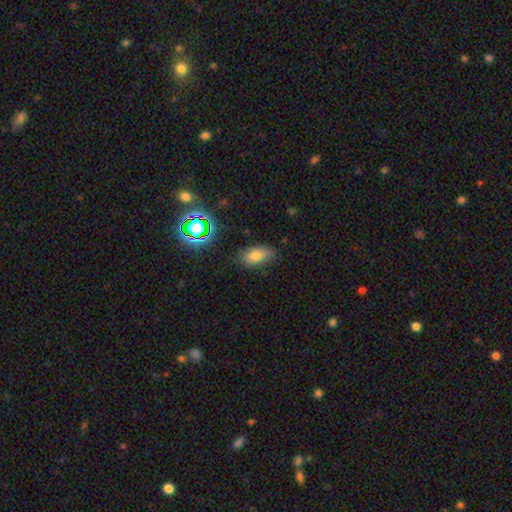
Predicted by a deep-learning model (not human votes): Smooth or featured: smooth — 73% (star or artifact — 16%)
How rounded: in between — 88% (round — 7%)
Merging: none — 78% (minor disturbance — 16%)